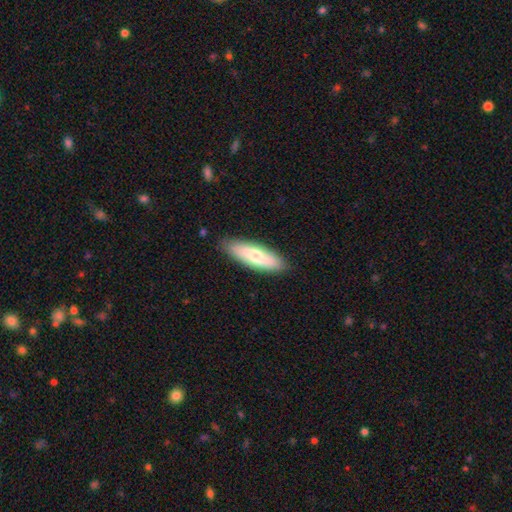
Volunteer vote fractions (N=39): A smooth galaxy with no disk features (54%) that is cigar-shaped (71%). Merging: none (79%).